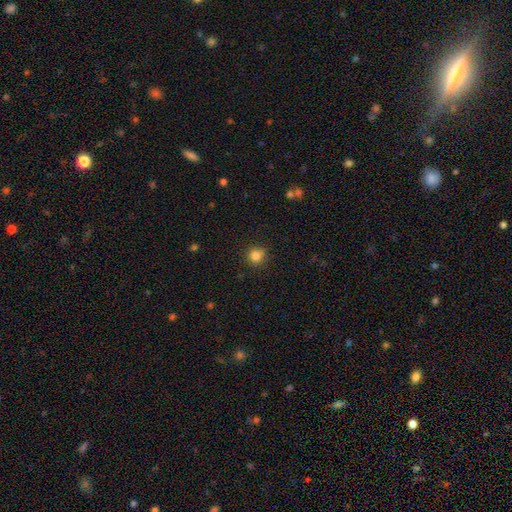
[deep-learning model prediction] A smooth galaxy with no disk features (82%) that is round (94%).

Vote fractions:
- Smooth or featured? smooth: 82% / star or artifact: 12% / featured or disk: 5%
- How rounded? round: 94% / in between: 5% / cigar-shaped: 1%
- Merging? none: 87% / minor disturbance: 9% / merger: 2% / major disturbance: 2%